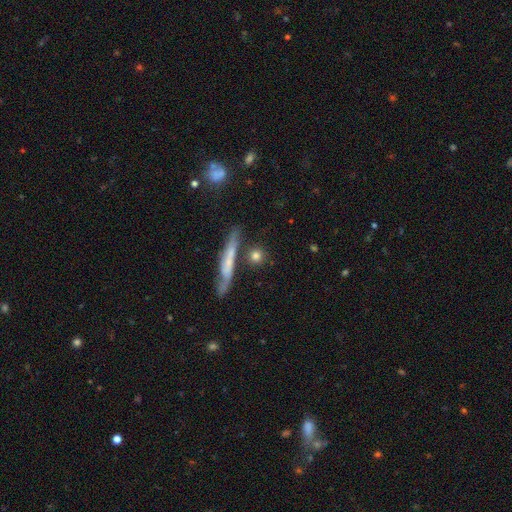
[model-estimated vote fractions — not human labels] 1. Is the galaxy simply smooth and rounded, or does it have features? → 75% smooth, 17% featured or disk, 8% star or artifact.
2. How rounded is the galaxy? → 71% round, 20% cigar-shaped, 9% in between.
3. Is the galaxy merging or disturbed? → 73% none, 12% minor disturbance, 10% merger, 5% major disturbance.